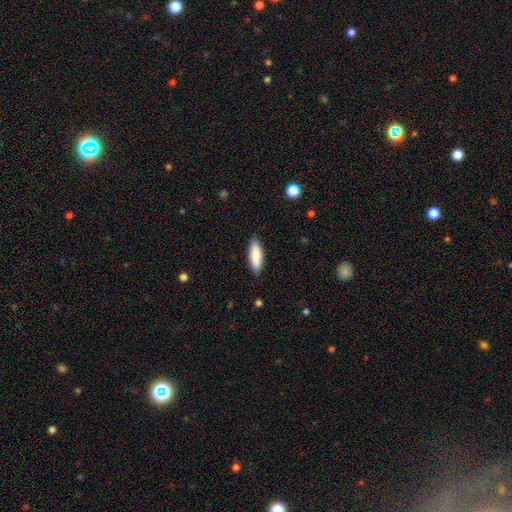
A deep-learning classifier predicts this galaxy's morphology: A smooth galaxy with no disk features (86%) that is in between round and cigar-shaped (56%). Merging: none (86%).